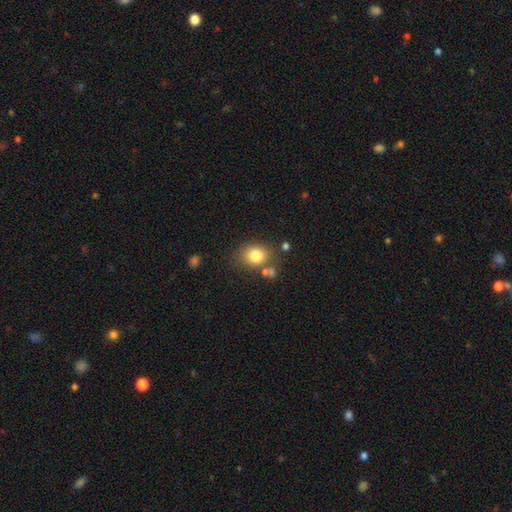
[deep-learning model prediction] Overall: smooth (80%). How rounded: round (56%; in between 43%). Merging: none (68%).